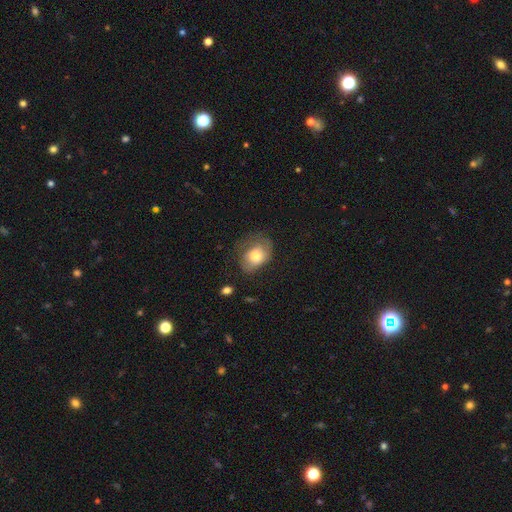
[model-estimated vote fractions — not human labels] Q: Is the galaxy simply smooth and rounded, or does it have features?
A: smooth — 69%.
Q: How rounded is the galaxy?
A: in between — 68%.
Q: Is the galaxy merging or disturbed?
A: none — 44%.